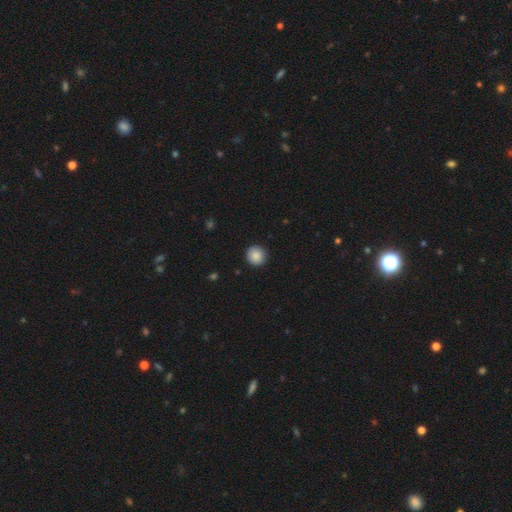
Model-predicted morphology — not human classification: Q: Smooth or featured?
A: smooth (88%); runner-up: star or artifact (8%)
Q: How rounded?
A: round (92%); runner-up: in between (7%)
Q: Merging?
A: none (91%); runner-up: minor disturbance (6%)